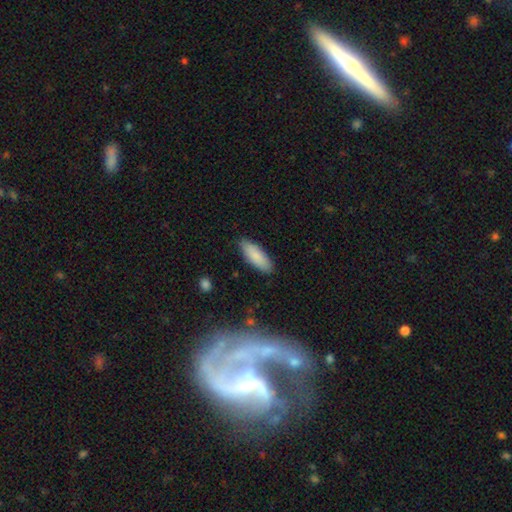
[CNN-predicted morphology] Smooth or featured? Predicted: smooth (p=0.85). How rounded? Predicted: in between (p=0.66). Merging? Predicted: none (p=0.86).